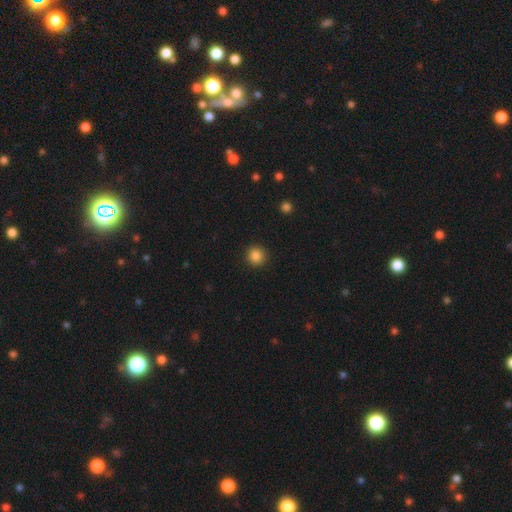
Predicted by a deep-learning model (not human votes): Smooth or featured? Predicted: smooth (p=0.86). How rounded? Predicted: round (p=0.92). Merging? Predicted: none (p=0.92).